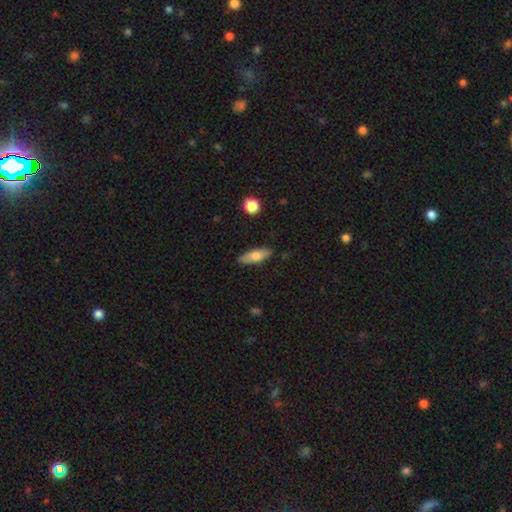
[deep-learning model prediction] Smooth or featured? smooth (71%)
How rounded? in between (62%)
Merging? none (84%)